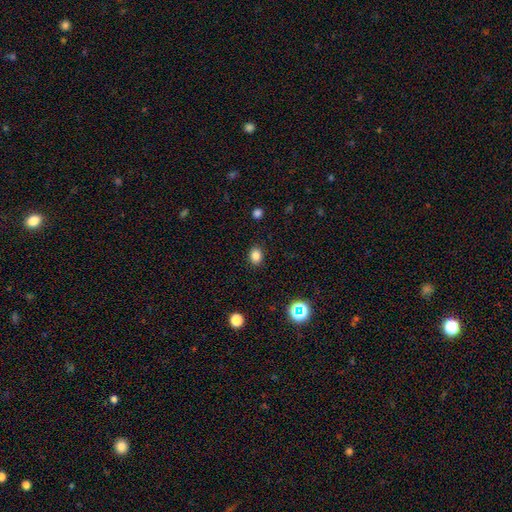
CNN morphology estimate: A smooth galaxy with no disk features (83%) that is in between round and cigar-shaped (52%). Merging: none (89%).